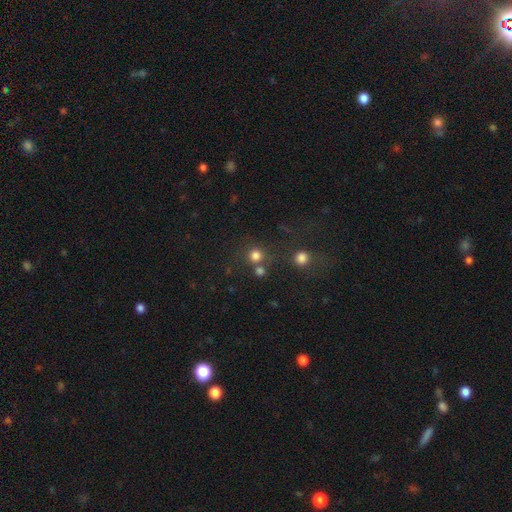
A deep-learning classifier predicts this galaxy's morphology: Q: Smooth or featured?
A: smooth (77%); runner-up: star or artifact (17%)
Q: How rounded?
A: round (92%); runner-up: in between (7%)
Q: Merging?
A: none (66%); runner-up: merger (21%)